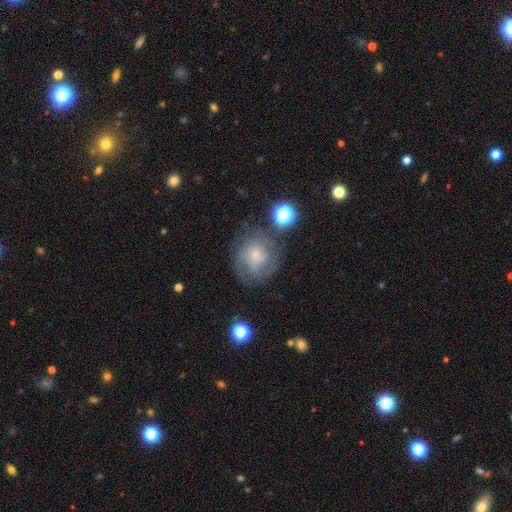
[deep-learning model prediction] Smooth or featured? Predicted: featured or disk (p=0.57). Edge-on disk? Predicted: no (p=0.97). Bar? Predicted: no (p=0.77). Spiral arms? Predicted: yes (p=0.85). Bulge size? Predicted: small (p=0.73). Merging? Predicted: none (p=0.68).